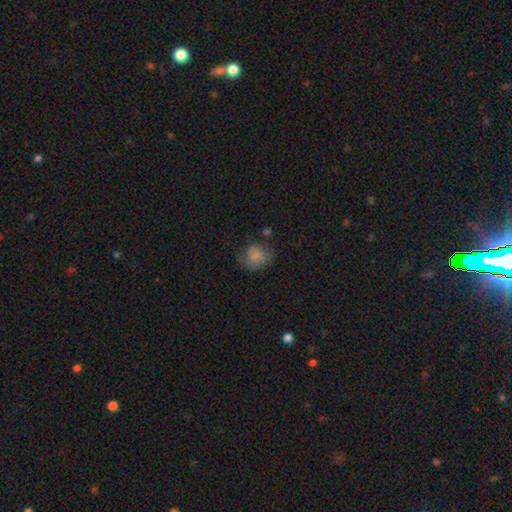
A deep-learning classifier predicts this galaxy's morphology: This appears to be a smooth galaxy with no disk features (65%) that is round (69%). Merging: none (53%).